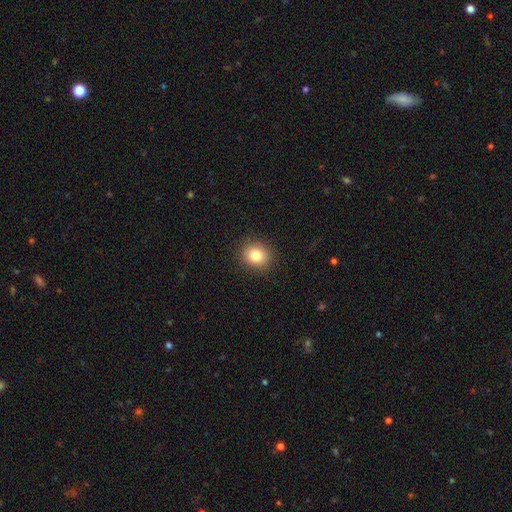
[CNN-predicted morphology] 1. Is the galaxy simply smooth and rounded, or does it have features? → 83% smooth, 10% star or artifact, 6% featured or disk.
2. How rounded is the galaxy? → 71% round, 28% in between, 1% cigar-shaped.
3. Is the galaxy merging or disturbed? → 89% none, 7% minor disturbance, 2% major disturbance, 1% merger.